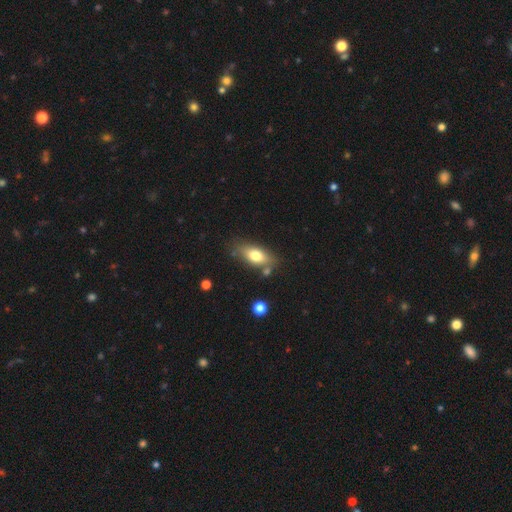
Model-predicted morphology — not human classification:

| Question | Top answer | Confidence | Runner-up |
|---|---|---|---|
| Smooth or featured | smooth | 73% | featured or disk (20%) |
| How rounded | in between | 82% | cigar-shaped (13%) |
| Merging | none | 71% | minor disturbance (16%) |